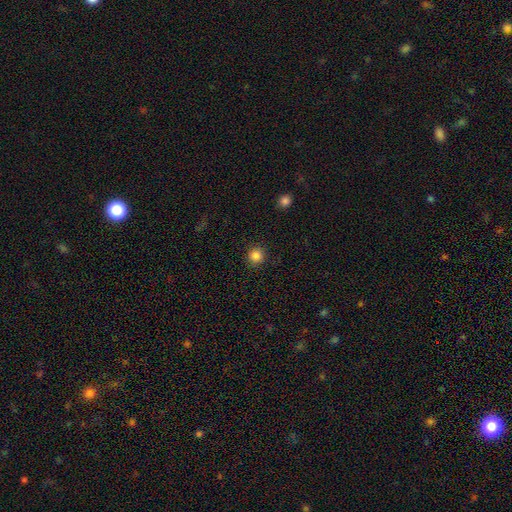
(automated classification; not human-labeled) This is clearly a smooth galaxy (85%). How rounded: clearly round (92%). Merging: clearly none (90%).